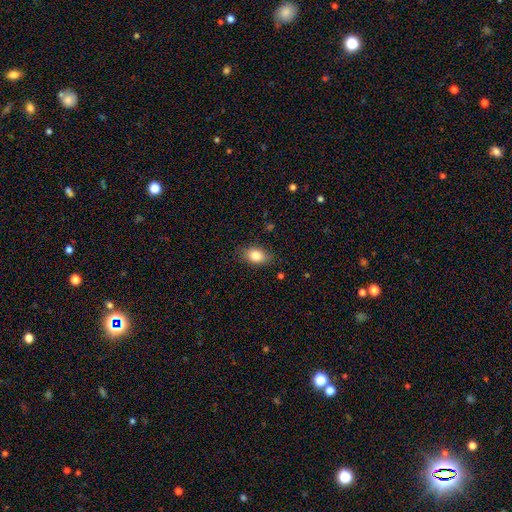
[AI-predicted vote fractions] Morphology: type=smooth (82%); roundness=in between (82%); merging=none (80%).